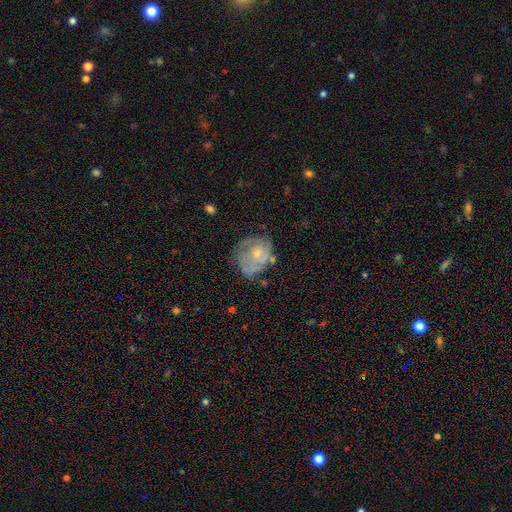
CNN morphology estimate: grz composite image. It shows a featured or disk galaxy (61%) with no bar (83%), spiral arms (66%) and a small central bulge (61%). Merging: none (48%).